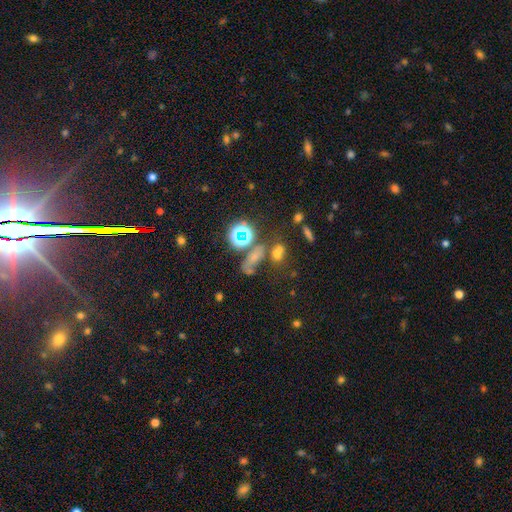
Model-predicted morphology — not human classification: smooth-or-featured: smooth: 47% | star or artifact: 40% | featured or disk: 13%
  merging: none: 43% | merger: 28% | minor disturbance: 15% | major disturbance: 14%